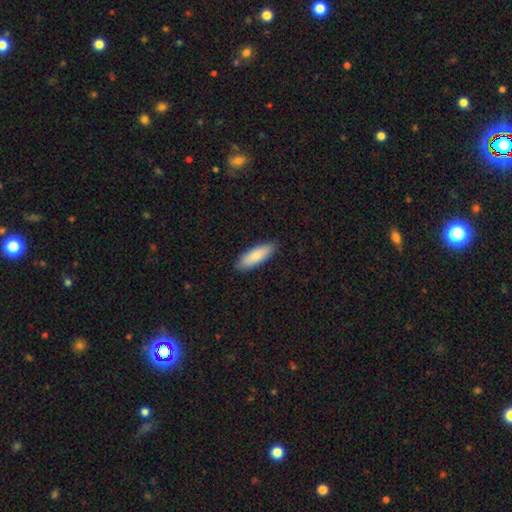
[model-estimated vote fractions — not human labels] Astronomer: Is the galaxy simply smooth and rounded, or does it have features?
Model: smooth — 86%.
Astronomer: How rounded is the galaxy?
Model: in between — 62%.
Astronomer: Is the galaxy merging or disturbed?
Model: none — 87%.